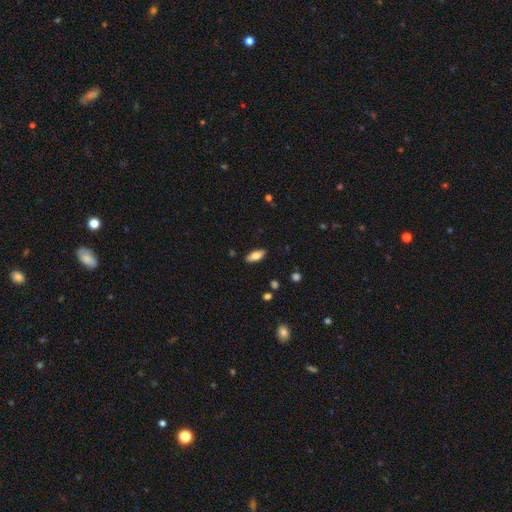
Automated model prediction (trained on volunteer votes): The model was most divided on "smooth or featured": smooth: 78%, featured or disk: 15%, star or artifact: 7%. More confident: merging — none (88%); how rounded — in between (81%).